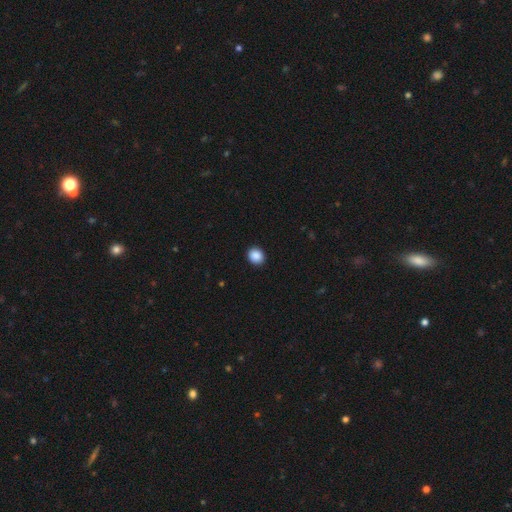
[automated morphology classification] A smooth galaxy with no disk features (89%) that is round (83%). Merging: none (92%).